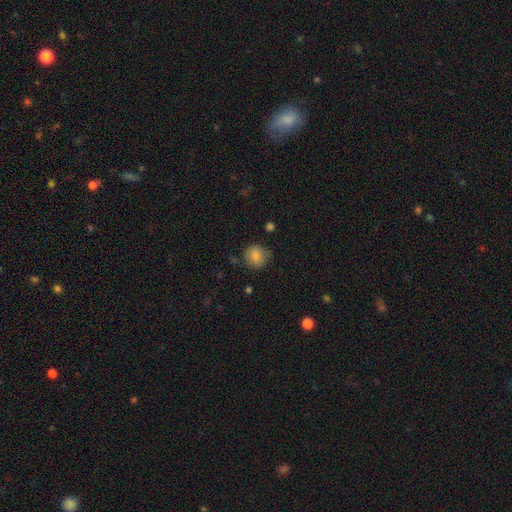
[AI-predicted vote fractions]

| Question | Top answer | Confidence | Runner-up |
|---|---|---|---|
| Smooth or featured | smooth | 82% | star or artifact (9%) |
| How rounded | round | 86% | in between (13%) |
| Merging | none | 75% | minor disturbance (18%) |